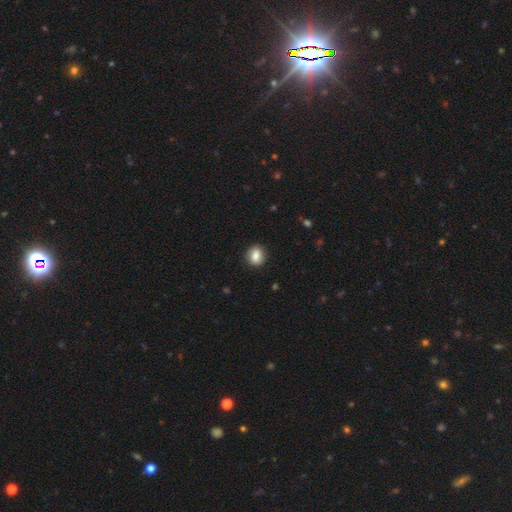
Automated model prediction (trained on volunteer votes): The model was most divided on "how rounded": round: 60%, in between: 39%, cigar-shaped: 1%. More confident: merging — none (88%); smooth or featured — smooth (83%).